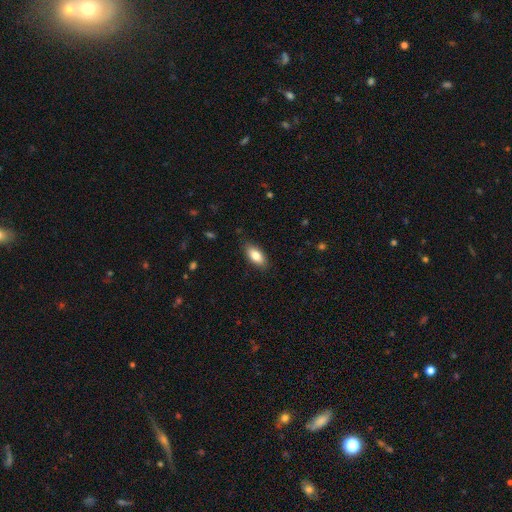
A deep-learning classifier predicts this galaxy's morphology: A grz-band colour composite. It shows a smooth galaxy with no disk features (82%) that is in between round and cigar-shaped (86%). Merging: none (86%).